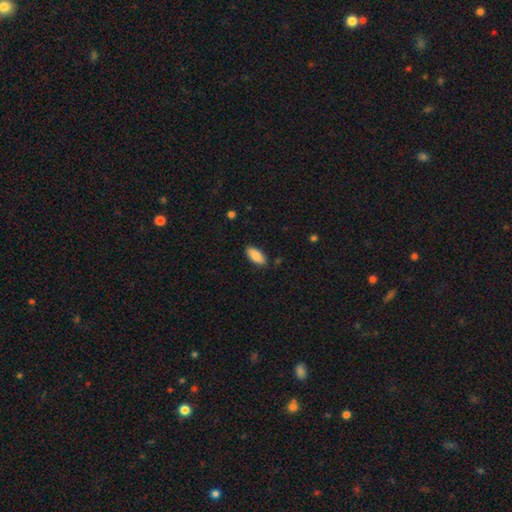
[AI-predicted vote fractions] Smooth or featured: smooth — 87% (featured or disk — 7%)
How rounded: in between — 87% (cigar-shaped — 11%)
Merging: none — 86% (minor disturbance — 10%)